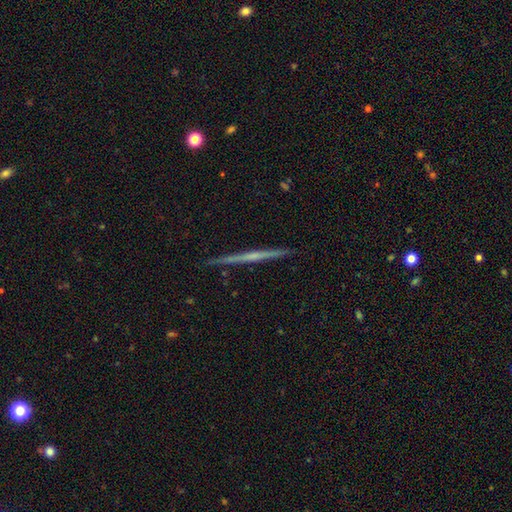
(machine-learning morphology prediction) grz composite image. It shows a featured or disk galaxy (66%) viewed edge-on (98%) with no central bulge (73%). Merging: none (91%).